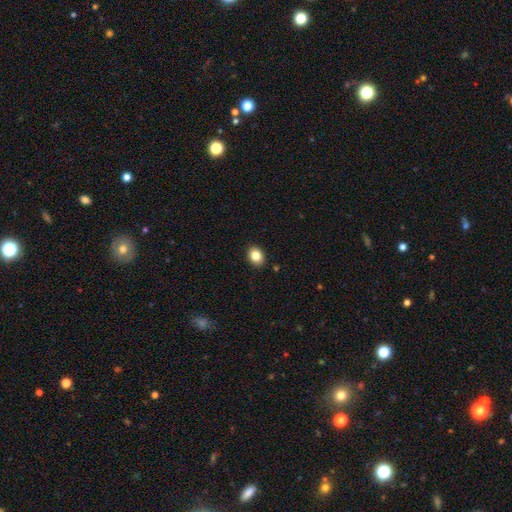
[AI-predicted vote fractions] Q: Smooth or featured?
A: smooth (84%); runner-up: star or artifact (10%)
Q: How rounded?
A: in between (51%); runner-up: round (48%)
Q: Merging?
A: none (90%); runner-up: minor disturbance (7%)